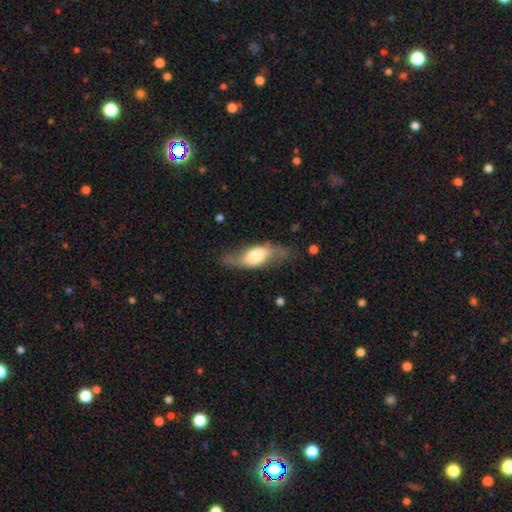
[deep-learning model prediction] The model was most divided on "smooth or featured": featured or disk: 54%, smooth: 40%, star or artifact: 6%. More confident: edge-on disk — no (68%); merging — none (65%).